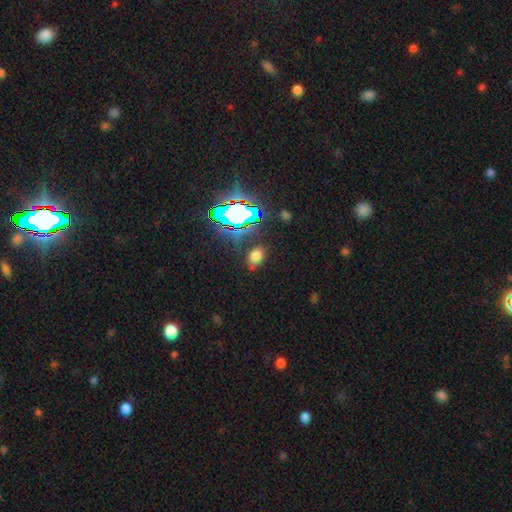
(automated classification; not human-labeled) Morphology: type=smooth (64%); roundness=in between (81%); merging=none (76%).